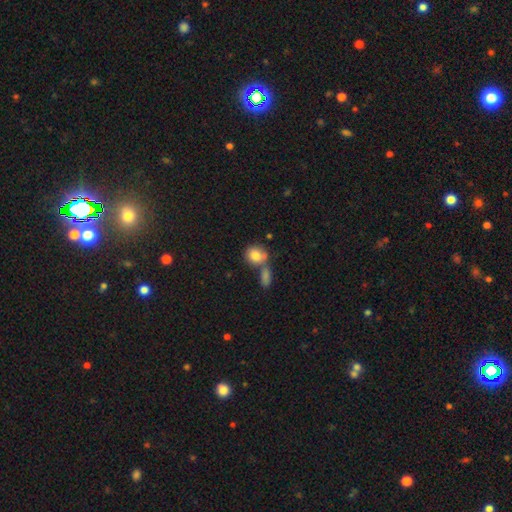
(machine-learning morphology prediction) type=smooth (83%); roundness=round (65%); merging=none (44%).